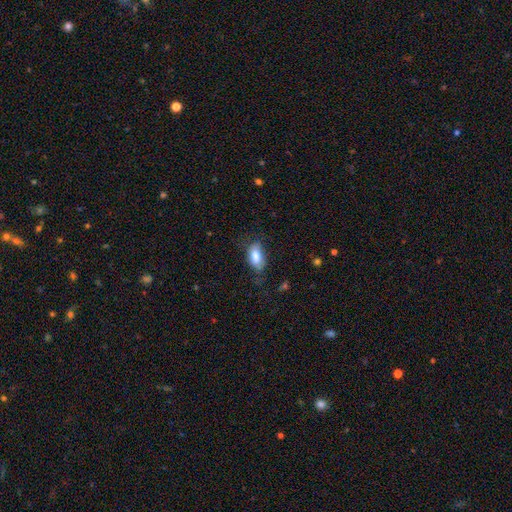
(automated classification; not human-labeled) This appears to be a smooth galaxy with no disk features (79%) that is in between round and cigar-shaped (92%). Merging: none (60%).